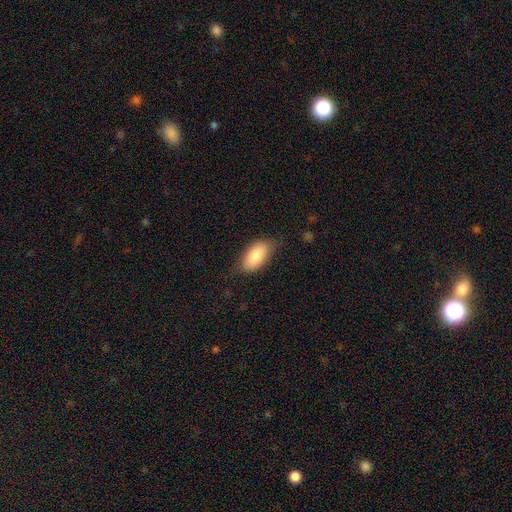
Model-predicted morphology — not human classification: Smooth or featured? smooth (83%)
How rounded? in between (93%)
Merging? none (72%)